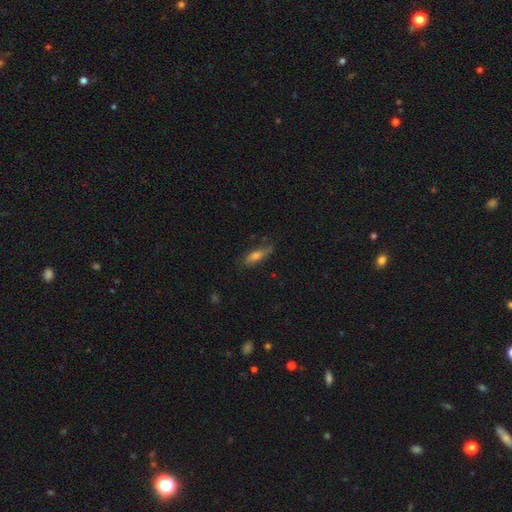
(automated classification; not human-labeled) Q: Smooth or featured?
A: smooth (62%); runner-up: featured or disk (29%)
Q: How rounded?
A: in between (49%); runner-up: cigar-shaped (48%)
Q: Merging?
A: none (70%); runner-up: minor disturbance (23%)